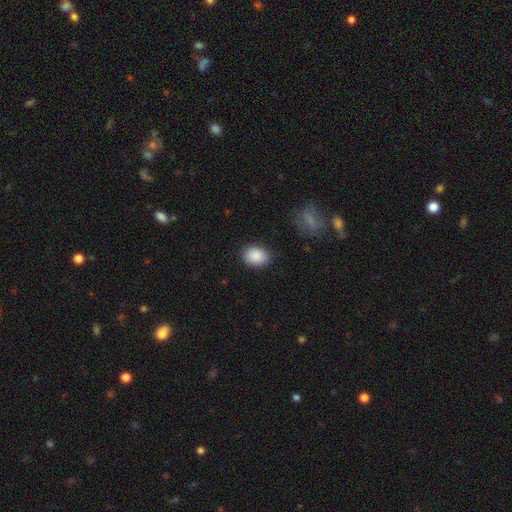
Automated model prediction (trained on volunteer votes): Smooth or featured: smooth — 89% (star or artifact — 7%)
How rounded: in between — 67% (round — 32%)
Merging: none — 85% (minor disturbance — 10%)